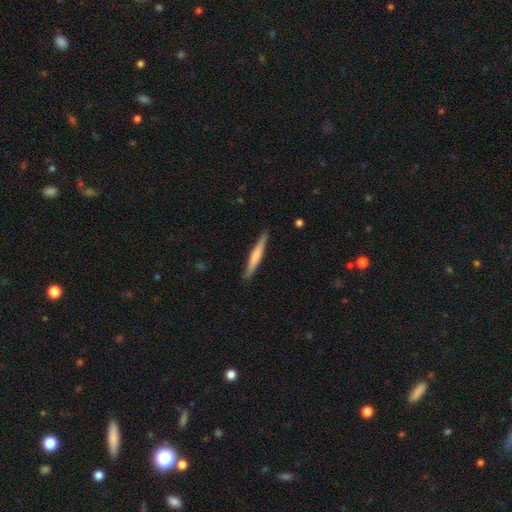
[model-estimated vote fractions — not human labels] Smooth or featured: smooth — 57% (featured or disk — 38%)
How rounded: cigar-shaped — 95% (in between — 3%)
Merging: none — 88% (minor disturbance — 9%)